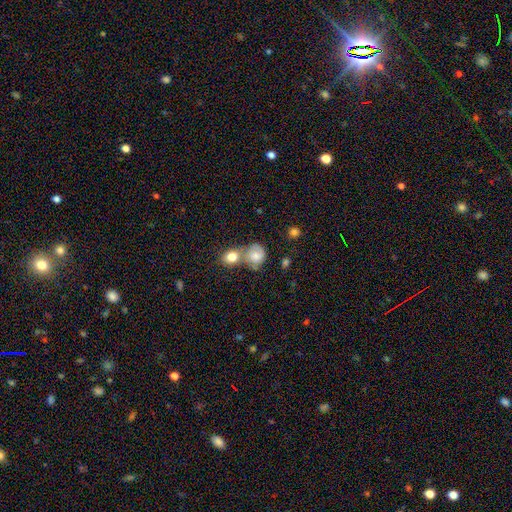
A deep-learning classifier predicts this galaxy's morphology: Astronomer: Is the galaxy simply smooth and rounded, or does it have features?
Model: smooth — 66%.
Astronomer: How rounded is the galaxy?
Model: round — 70%.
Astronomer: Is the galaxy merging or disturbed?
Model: merger — 47% (runner-up: none, 31%).